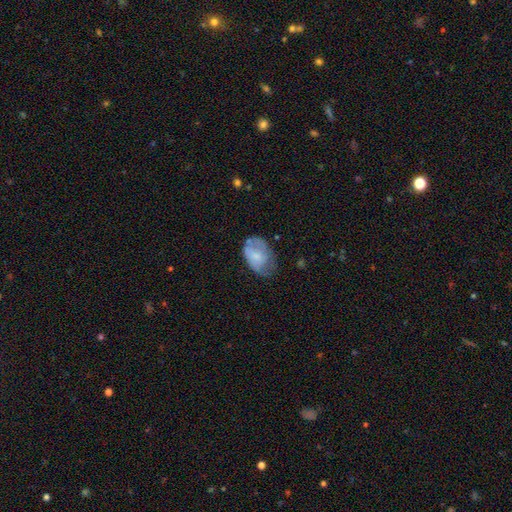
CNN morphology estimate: smooth-or-featured: smooth: 59% | featured or disk: 34% | star or artifact: 7%
  how-rounded: in between: 84% | round: 15% | cigar-shaped: 1%
  merging: none: 42% | minor disturbance: 36% | major disturbance: 20% | merger: 3%